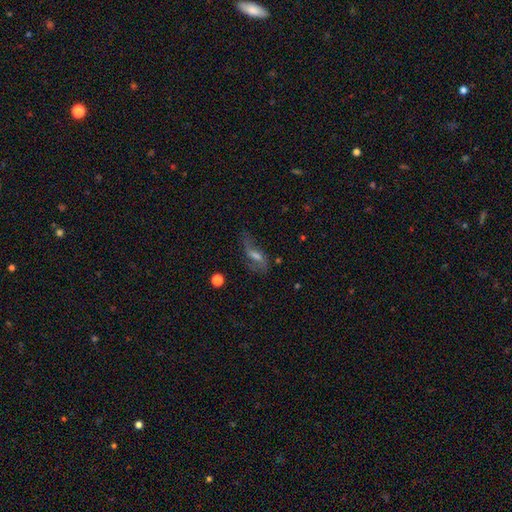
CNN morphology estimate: Smooth or featured? featured or disk (65%)
Edge-on disk? no (85%)
Bar? weak (46%)
Spiral arms? yes (85%)
Bulge size? moderate (42%)
Merging? none (57%)